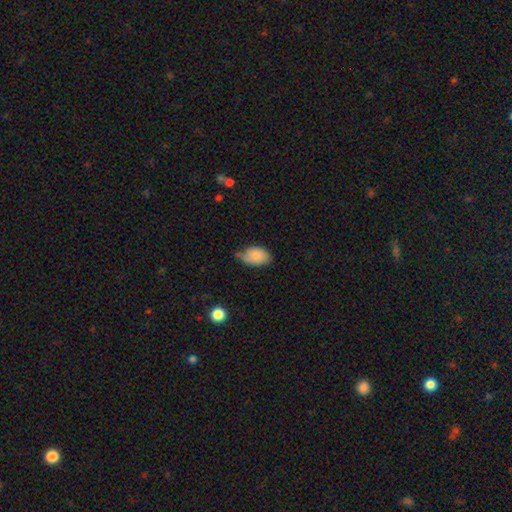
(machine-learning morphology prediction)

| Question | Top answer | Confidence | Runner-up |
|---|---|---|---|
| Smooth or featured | smooth | 84% | featured or disk (9%) |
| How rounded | in between | 91% | round (7%) |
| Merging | none | 53% | minor disturbance (36%) |